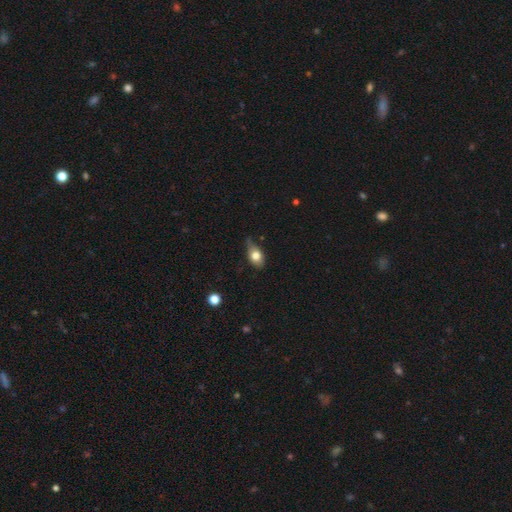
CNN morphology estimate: Overall: smooth (75%). How rounded: in between (77%). Merging: none (46%; minor disturbance 41%).